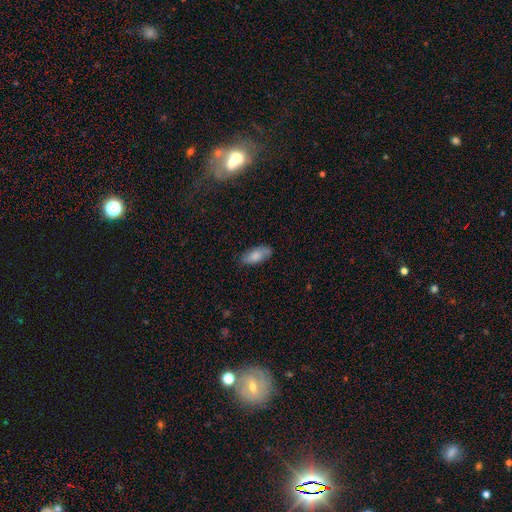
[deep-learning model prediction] This appears to be a smooth galaxy with no disk features (78%) that is in between round and cigar-shaped (85%). Merging: none (80%).